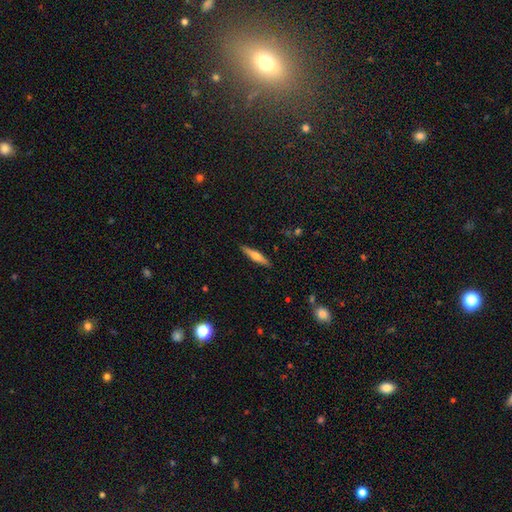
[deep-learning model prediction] Smooth or featured?
  - smooth: 49% *
  - featured or disk: 45%
  - star or artifact: 6%
Merging?
  - none: 90% *
  - minor disturbance: 7%
  - major disturbance: 2%
  - merger: 1%